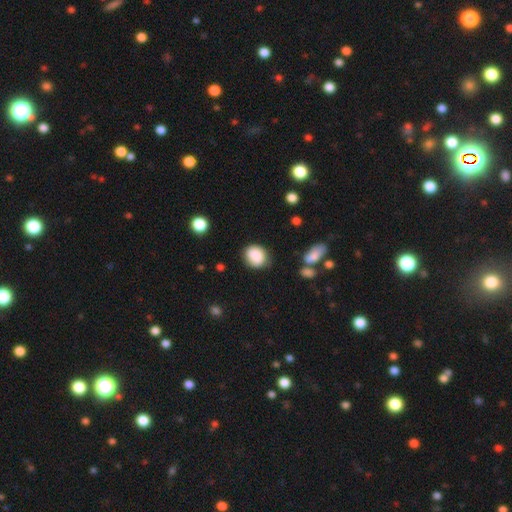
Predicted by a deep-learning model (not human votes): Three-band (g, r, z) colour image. It shows a smooth galaxy with no disk features (86%) that is round (68%). Merging: none (75%).